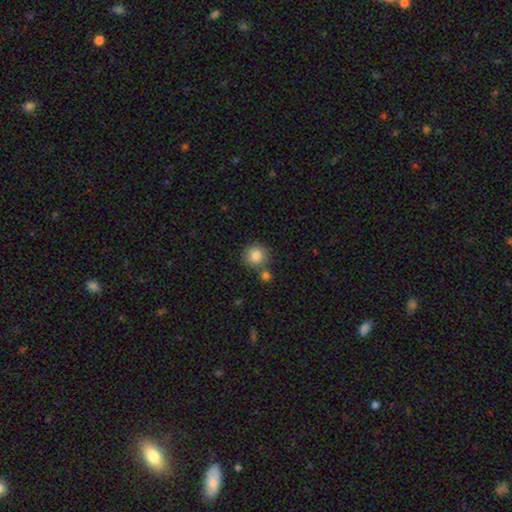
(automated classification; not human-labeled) Smooth or featured: smooth — 84% (star or artifact — 9%)
How rounded: round — 92% (in between — 7%)
Merging: none — 71% (merger — 17%)